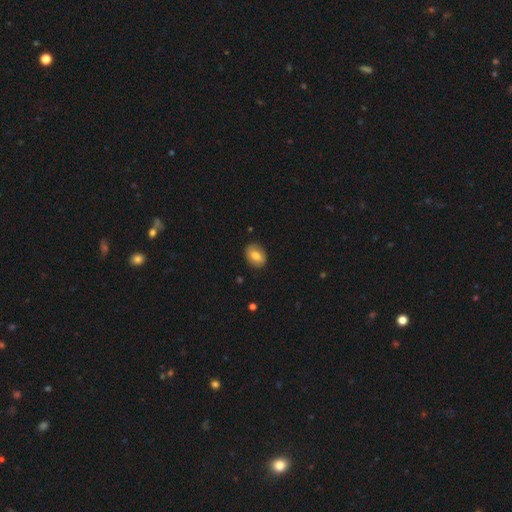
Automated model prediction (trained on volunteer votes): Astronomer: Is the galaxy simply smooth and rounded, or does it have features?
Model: smooth — 76%.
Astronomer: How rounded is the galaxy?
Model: in between — 66%.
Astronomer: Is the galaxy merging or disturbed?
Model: none — 86%.